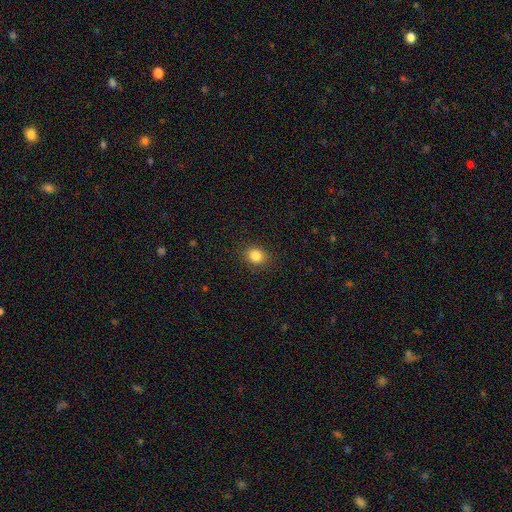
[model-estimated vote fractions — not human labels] The model was most divided on "how rounded": round: 57%, in between: 42%, cigar-shaped: 1%. More confident: merging — none (88%); smooth or featured — smooth (84%).